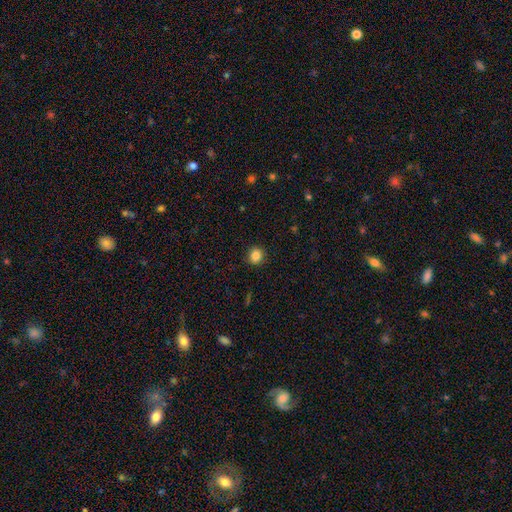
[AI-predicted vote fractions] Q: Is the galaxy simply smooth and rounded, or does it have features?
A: smooth — 84%.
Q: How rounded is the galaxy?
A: round — 87%.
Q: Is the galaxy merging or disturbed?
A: none — 90%.